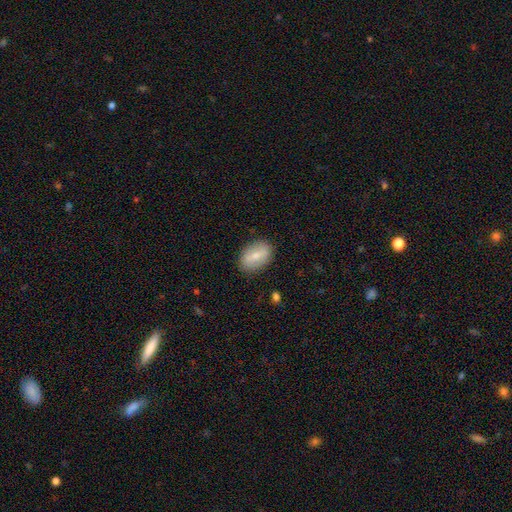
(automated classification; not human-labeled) A smooth galaxy with no disk features (62%) that is in between round and cigar-shaped (85%). Merging: none (84%).